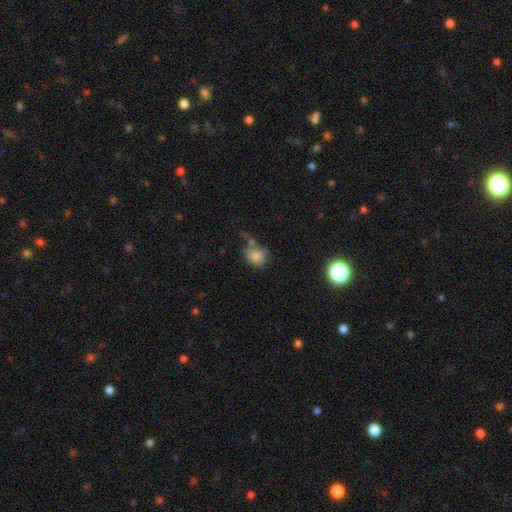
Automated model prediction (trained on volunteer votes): Smooth or featured: smooth — 80% (featured or disk — 10%)
How rounded: round — 69% (in between — 30%)
Merging: none — 46% (minor disturbance — 23%)